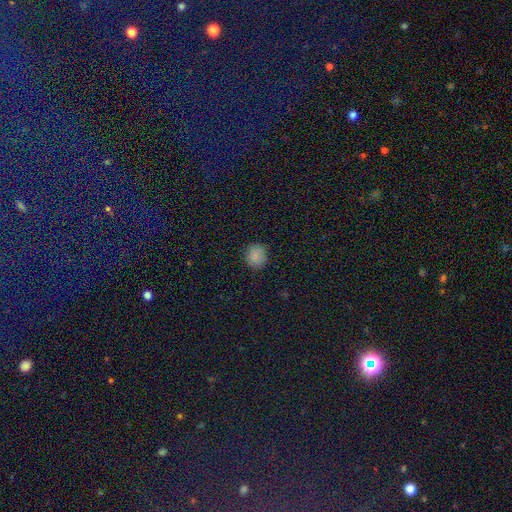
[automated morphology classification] This appears to be a smooth galaxy with no disk features (85%) that is round (81%). Merging: none (88%).